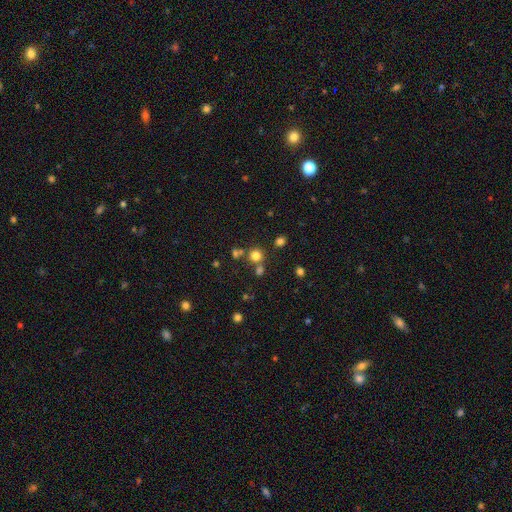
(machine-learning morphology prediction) smooth-or-featured: smooth: 74% | star or artifact: 19% | featured or disk: 7%
  how-rounded: round: 91% | in between: 8% | cigar-shaped: 1%
  merging: none: 70% | merger: 19% | minor disturbance: 8% | major disturbance: 3%